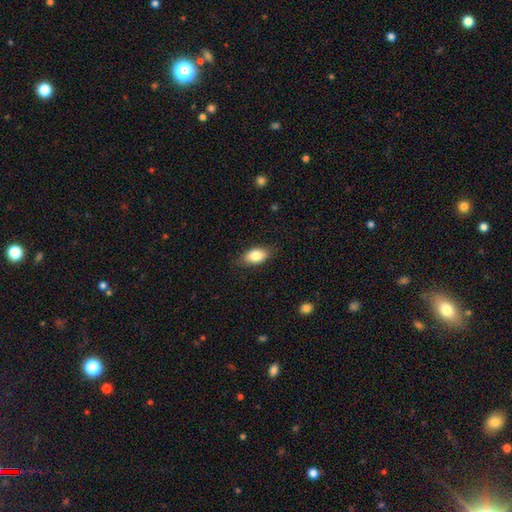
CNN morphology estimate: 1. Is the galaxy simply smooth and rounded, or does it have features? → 81% smooth, 12% featured or disk, 7% star or artifact.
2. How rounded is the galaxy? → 90% in between, 6% round, 4% cigar-shaped.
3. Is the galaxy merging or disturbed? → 82% none, 14% minor disturbance, 3% major disturbance, 1% merger.